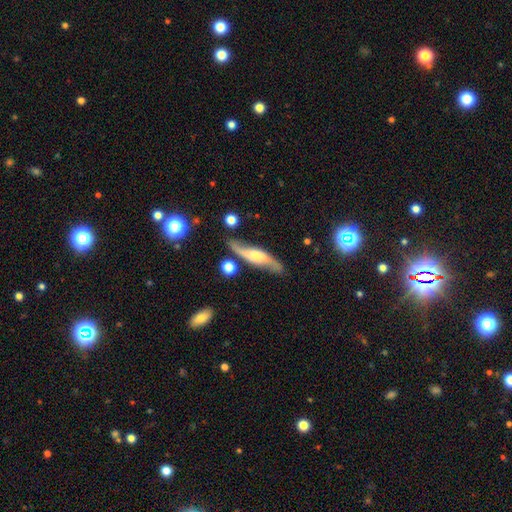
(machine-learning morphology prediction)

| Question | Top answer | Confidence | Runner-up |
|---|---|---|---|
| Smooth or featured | featured or disk | 70% | smooth (25%) |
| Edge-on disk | no | 57% | yes (43%) |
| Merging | none | 77% | minor disturbance (15%) |